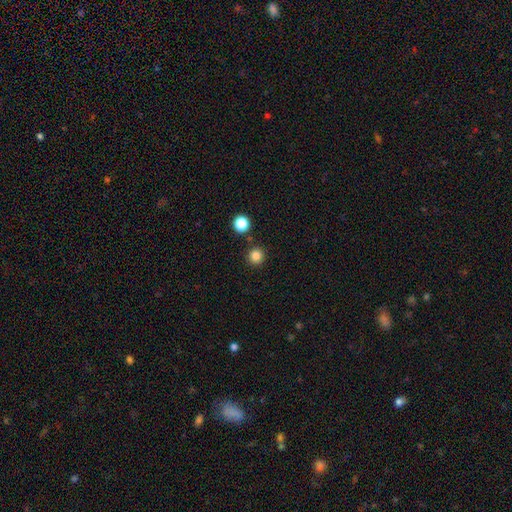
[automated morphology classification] Q: Smooth or featured?
A: smooth (84%); runner-up: star or artifact (13%)
Q: How rounded?
A: round (95%); runner-up: in between (4%)
Q: Merging?
A: none (88%); runner-up: minor disturbance (5%)